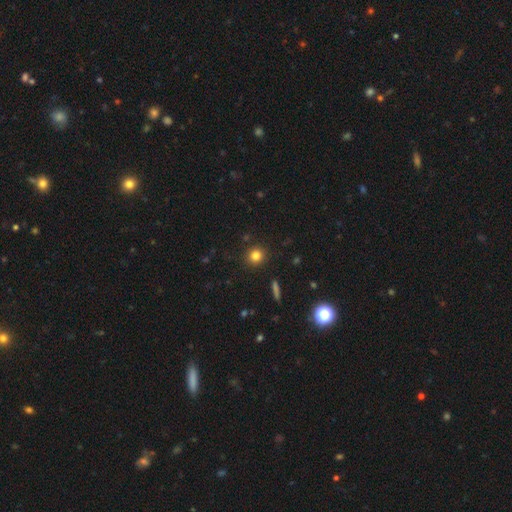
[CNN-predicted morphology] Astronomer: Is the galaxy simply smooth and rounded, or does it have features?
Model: smooth — 81%.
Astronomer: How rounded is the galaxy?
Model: round — 90%.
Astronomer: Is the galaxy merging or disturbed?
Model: none — 90%.